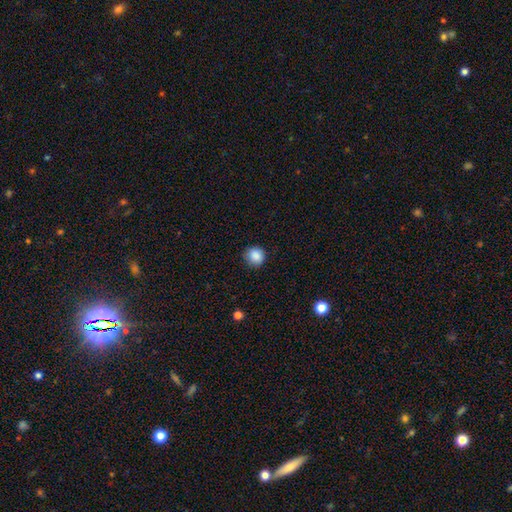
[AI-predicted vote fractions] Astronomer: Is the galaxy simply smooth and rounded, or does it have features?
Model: smooth — 87%.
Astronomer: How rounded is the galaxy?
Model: round — 90%.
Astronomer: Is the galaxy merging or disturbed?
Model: none — 83%.